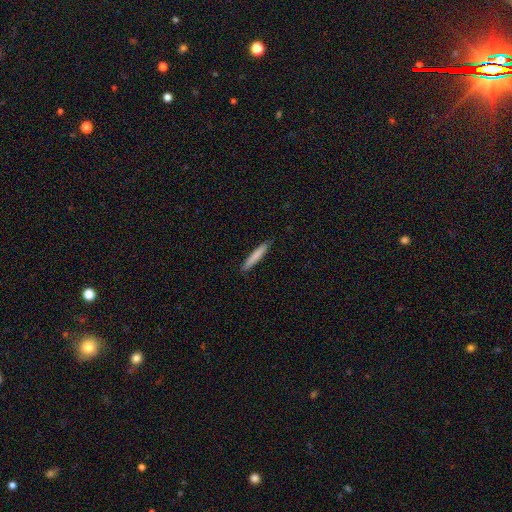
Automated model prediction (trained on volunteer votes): A smooth galaxy with no disk features (80%) that is cigar-shaped (94%).

Vote fractions:
- Smooth or featured? smooth: 80% / featured or disk: 15% / star or artifact: 5%
- How rounded? cigar-shaped: 94% / in between: 5% / round: 1%
- Merging? none: 89% / minor disturbance: 8% / major disturbance: 2% / merger: 1%